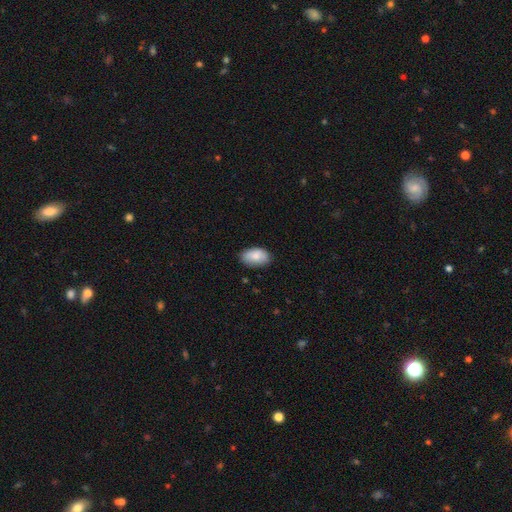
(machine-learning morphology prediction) The model was most divided on "merging": none: 78%, minor disturbance: 18%, major disturbance: 3%, merger: 1%. More confident: how rounded — in between (92%); smooth or featured — smooth (84%).